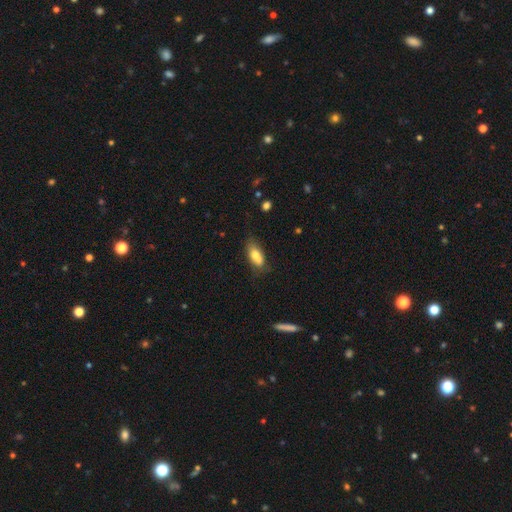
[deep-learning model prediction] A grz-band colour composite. It shows a smooth galaxy with no disk features (74%) that is in between round and cigar-shaped (83%). Merging: none (56%).